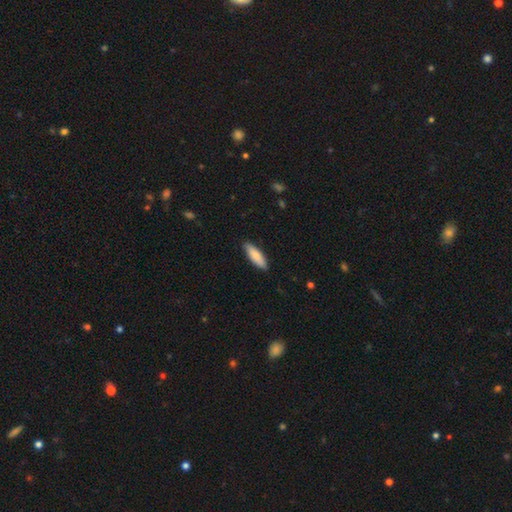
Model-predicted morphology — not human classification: smooth_or_featured: smooth (p=0.83) [alt: featured or disk p=0.11]
how_rounded: in between (p=0.50) [alt: cigar-shaped p=0.49]
merging: none (p=0.87) [alt: minor disturbance p=0.10]